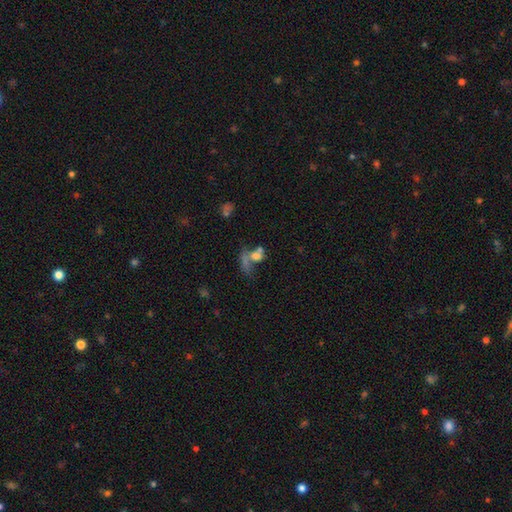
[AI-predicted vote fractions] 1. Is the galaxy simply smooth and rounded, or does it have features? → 60% smooth, 22% featured or disk, 18% star or artifact.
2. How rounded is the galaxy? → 55% in between, 41% round, 4% cigar-shaped.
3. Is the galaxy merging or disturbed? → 47% merger, 22% major disturbance, 21% none, 10% minor disturbance.